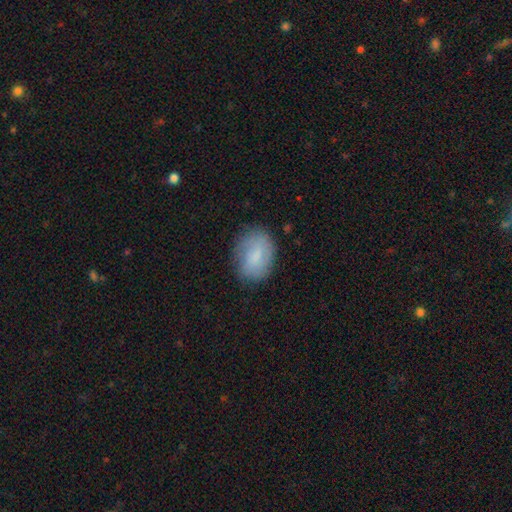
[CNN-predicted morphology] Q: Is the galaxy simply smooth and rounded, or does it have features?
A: smooth — 74%.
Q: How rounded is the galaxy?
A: in between — 77%.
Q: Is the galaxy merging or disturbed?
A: none — 75%.